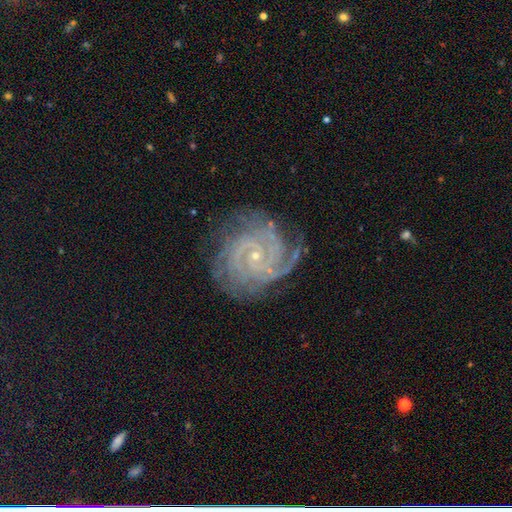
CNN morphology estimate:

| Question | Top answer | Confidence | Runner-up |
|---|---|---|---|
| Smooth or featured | featured or disk | 90% | star or artifact (6%) |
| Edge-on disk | no | 98% | yes (2%) |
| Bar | no | 63% | weak (28%) |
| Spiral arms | yes | 98% | no (2%) |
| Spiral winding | tight | 74% | medium (23%) |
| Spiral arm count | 3 | 24% | 4 (23%) |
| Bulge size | small | 86% | moderate (11%) |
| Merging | none | 75% | minor disturbance (17%) |